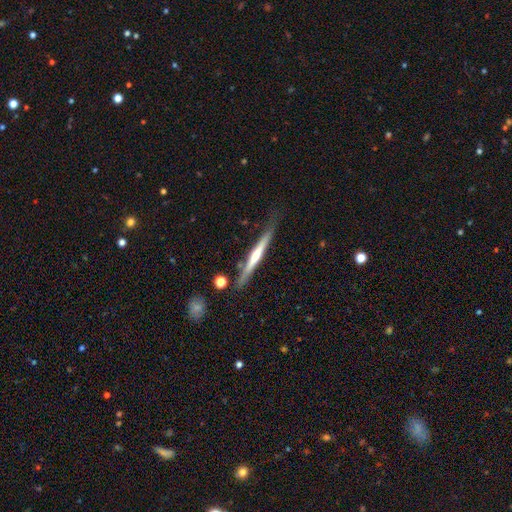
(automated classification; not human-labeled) A featured or disk galaxy (60%) viewed edge-on (96%) with a rounded central bulge (50%). Merging: none (75%).